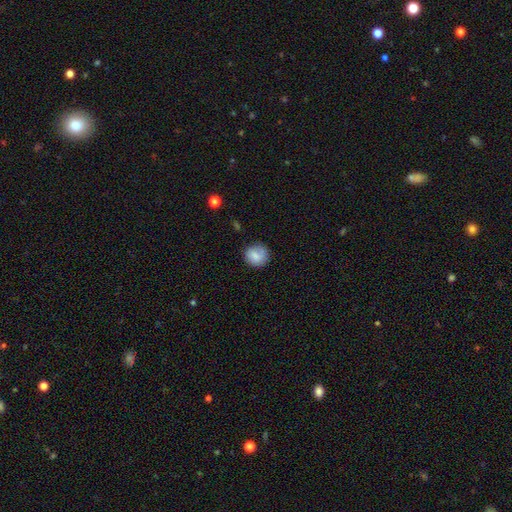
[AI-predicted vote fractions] Q: Smooth or featured?
A: smooth (79%); runner-up: featured or disk (13%)
Q: How rounded?
A: round (84%); runner-up: in between (15%)
Q: Merging?
A: none (74%); runner-up: minor disturbance (18%)